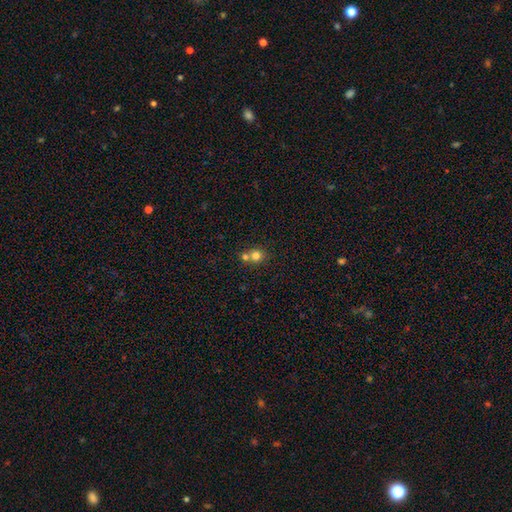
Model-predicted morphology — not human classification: type=smooth (78%); roundness=round (85%); merging=merger (48%).